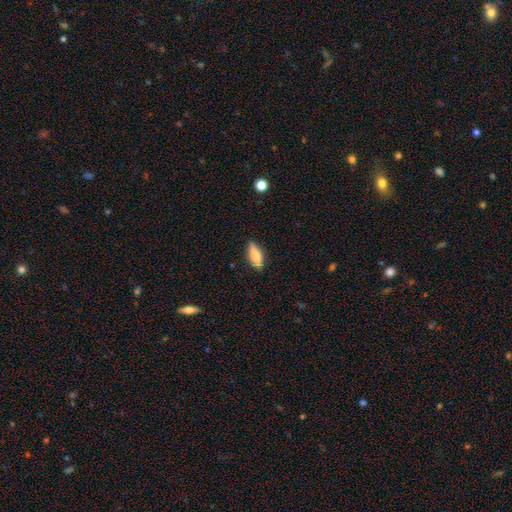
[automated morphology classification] The model was most divided on "how rounded" (2-way tie): cigar-shaped: 49%, in between: 49%, round: 2%. More confident: merging — none (85%); smooth or featured — smooth (69%).